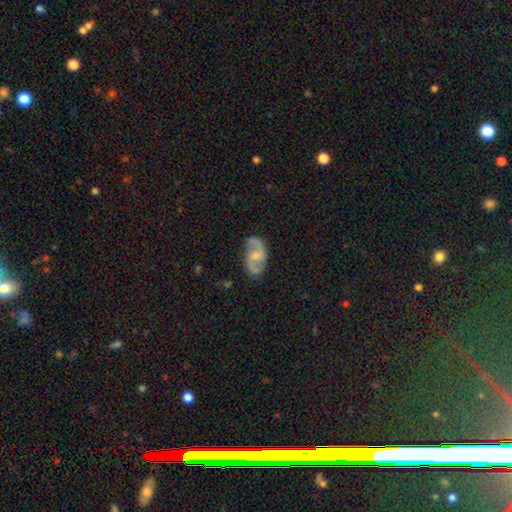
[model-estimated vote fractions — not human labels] Smooth or featured? Predicted: featured or disk (p=0.78). Edge-on disk? Predicted: no (p=0.97). Bar? Predicted: weak (p=0.46). Spiral arms? Predicted: yes (p=0.93). Spiral winding? Predicted: medium (p=0.47). Spiral arm count? Predicted: 2 (p=0.92). Bulge size? Predicted: moderate (p=0.43). Merging? Predicted: none (p=0.81).